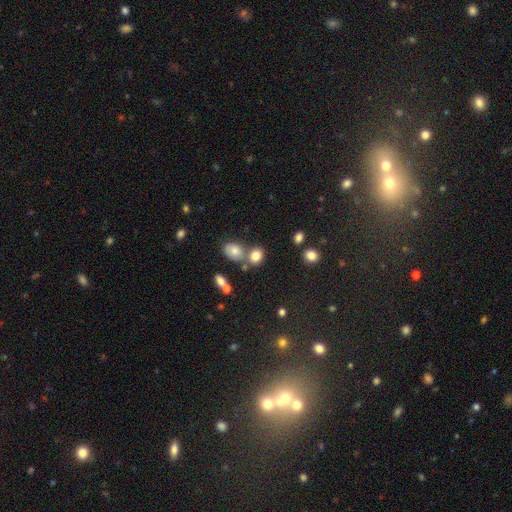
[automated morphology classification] Smooth or featured?
  - smooth: 80% *
  - star or artifact: 12%
  - featured or disk: 8%
How rounded?
  - round: 50% *
  - in between: 49%
  - cigar-shaped: 1%
Merging?
  - none: 54% *
  - merger: 31%
  - minor disturbance: 11%
  - major disturbance: 4%